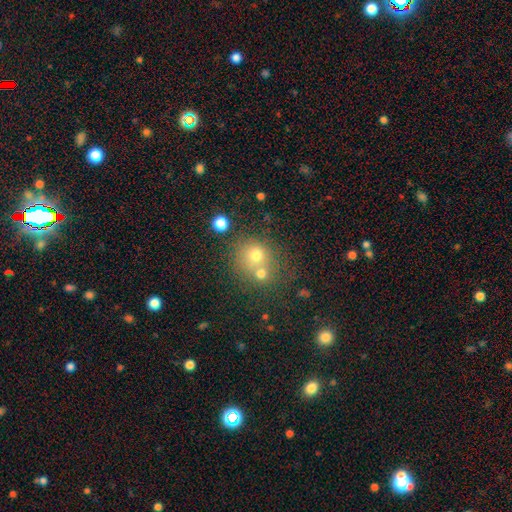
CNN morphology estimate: A smooth galaxy with no disk features (69%) that is round (84%).

Vote fractions:
- Smooth or featured? smooth: 69% / star or artifact: 17% / featured or disk: 15%
- How rounded? round: 84% / in between: 15% / cigar-shaped: 1%
- Merging? none: 50% / merger: 37% / minor disturbance: 9% / major disturbance: 4%